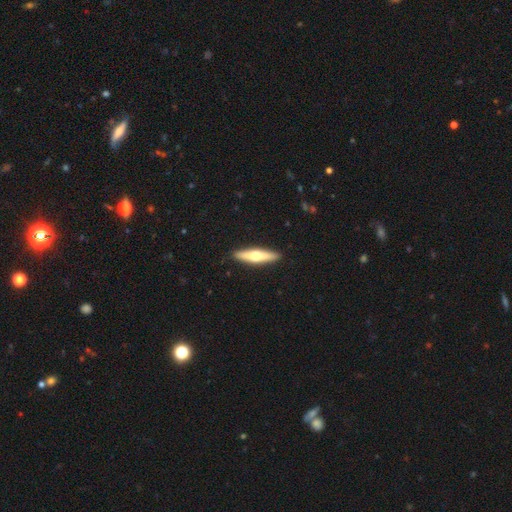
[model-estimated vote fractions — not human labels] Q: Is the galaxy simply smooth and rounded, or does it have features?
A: featured or disk — 49%.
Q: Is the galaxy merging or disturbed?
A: none — 91%.